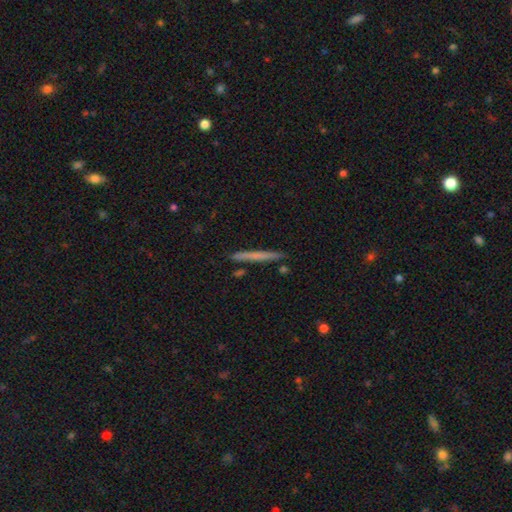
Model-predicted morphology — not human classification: A smooth galaxy with no disk features (56%) that is cigar-shaped (97%). Merging: none (89%).